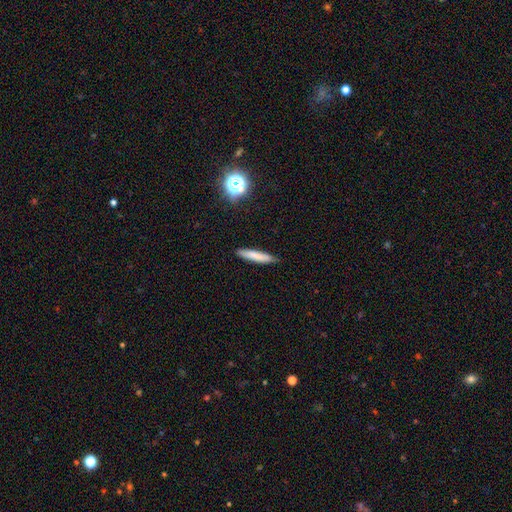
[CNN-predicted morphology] This is likely a smooth galaxy (77%). How rounded: clearly cigar-shaped (88%). Merging: clearly none (85%).